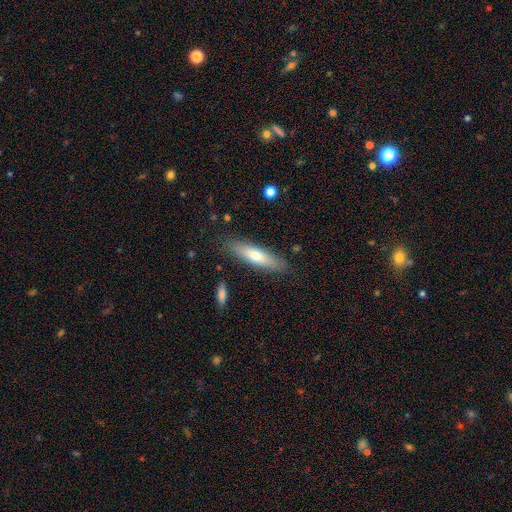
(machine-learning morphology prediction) Overall: smooth (62%; featured or disk 32%). How rounded: cigar-shaped (67%; in between 31%). Merging: none (85%).